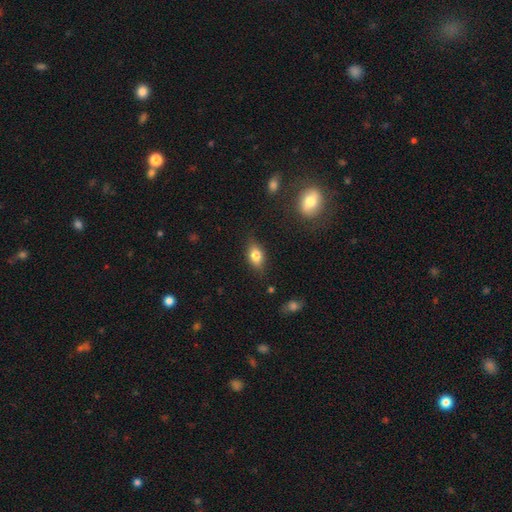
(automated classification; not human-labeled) smooth-or-featured: smooth: 77% | featured or disk: 14% | star or artifact: 9%
  how-rounded: in between: 83% | round: 12% | cigar-shaped: 5%
  merging: none: 81% | minor disturbance: 14% | major disturbance: 3% | merger: 1%